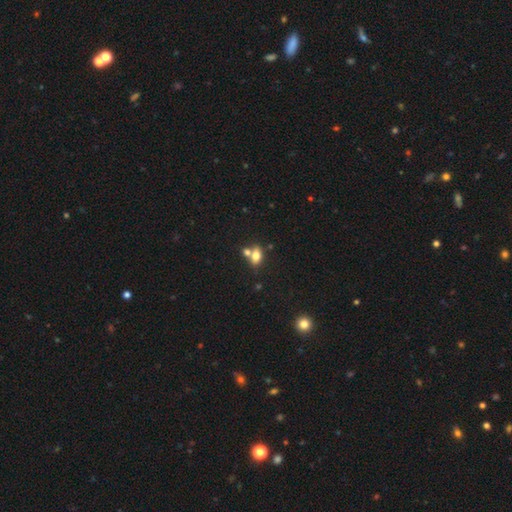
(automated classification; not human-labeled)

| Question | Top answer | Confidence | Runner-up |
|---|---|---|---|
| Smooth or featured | smooth | 72% | featured or disk (18%) |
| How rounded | in between | 79% | round (16%) |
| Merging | none | 44% | merger (41%) |